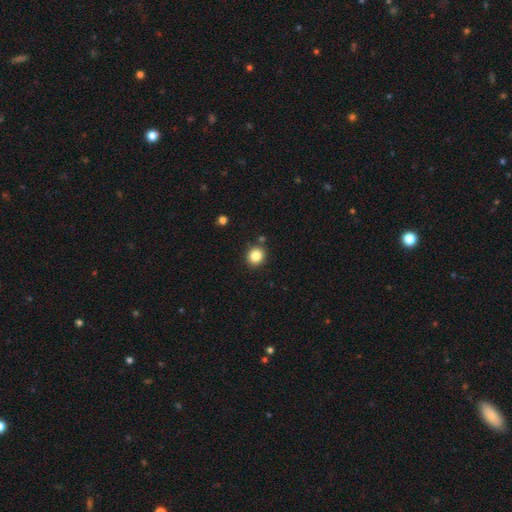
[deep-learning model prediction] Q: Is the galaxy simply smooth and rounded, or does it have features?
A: smooth — 84%.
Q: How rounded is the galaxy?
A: round — 86%.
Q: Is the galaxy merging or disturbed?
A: none — 87%.